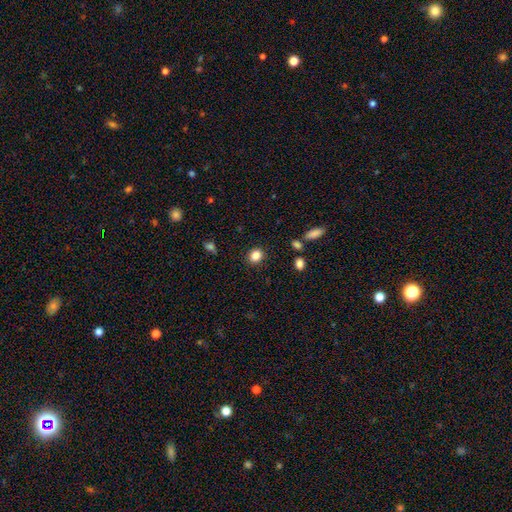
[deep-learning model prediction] smooth-or-featured: smooth: 85% | star or artifact: 11% | featured or disk: 5%
  how-rounded: round: 75% | in between: 24% | cigar-shaped: 1%
  merging: none: 89% | minor disturbance: 7% | major disturbance: 2% | merger: 2%